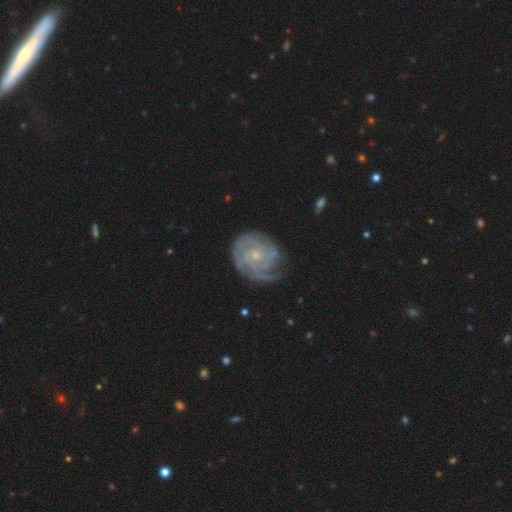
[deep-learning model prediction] Smooth or featured: featured or disk — 83% (smooth — 11%)
Edge-on disk: no — 98% (yes — 2%)
Bar: no — 75% (weak — 21%)
Spiral arms: yes — 95% (no — 5%)
Spiral winding: tight — 74% (medium — 21%)
Spiral arm count: can't tell — 35% (3 — 20%)
Bulge size: small — 70% (moderate — 25%)
Merging: none — 66% (minor disturbance — 22%)